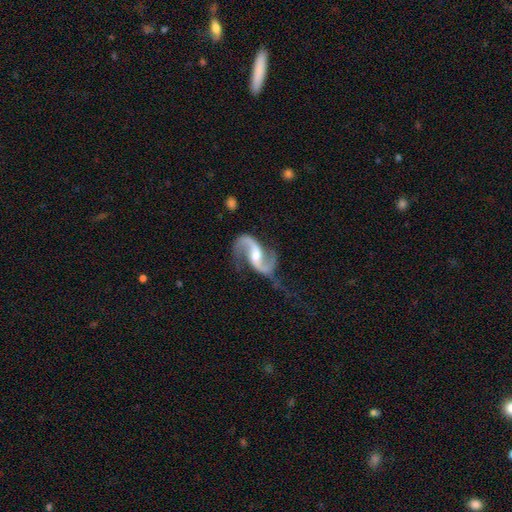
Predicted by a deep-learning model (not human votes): Smooth or featured? featured or disk (92%)
Edge-on disk? no (98%)
Bar? weak (47%)
Spiral arms? yes (97%)
Spiral winding? loose (72%)
Spiral arm count? 2 (93%)
Bulge size? moderate (57%)
Merging? none (63%)